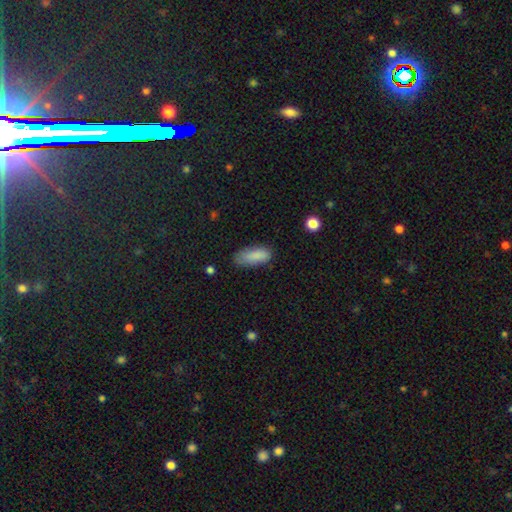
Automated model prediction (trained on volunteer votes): Smooth or featured?
  - smooth: 87% *
  - star or artifact: 7%
  - featured or disk: 6%
How rounded?
  - in between: 81% *
  - cigar-shaped: 17%
  - round: 2%
Merging?
  - none: 68% *
  - minor disturbance: 25%
  - major disturbance: 6%
  - merger: 2%